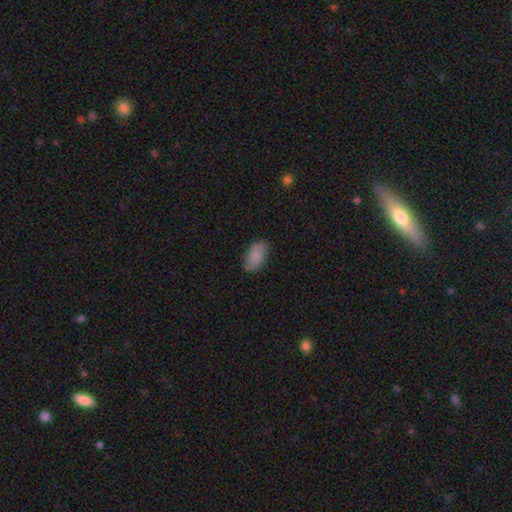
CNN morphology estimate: Q: Smooth or featured?
A: smooth (80%); runner-up: featured or disk (13%)
Q: How rounded?
A: in between (94%); runner-up: cigar-shaped (3%)
Q: Merging?
A: none (80%); runner-up: minor disturbance (16%)